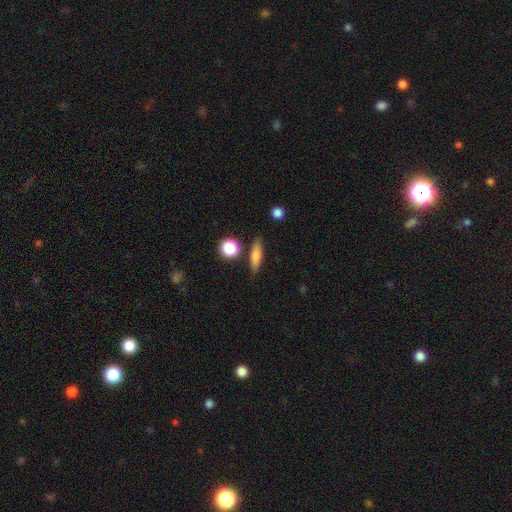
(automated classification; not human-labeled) smooth_or_featured: smooth (p=0.74) [alt: featured or disk p=0.18]
how_rounded: cigar-shaped (p=0.62) [alt: in between p=0.31]
merging: none (p=0.82) [alt: minor disturbance p=0.11]